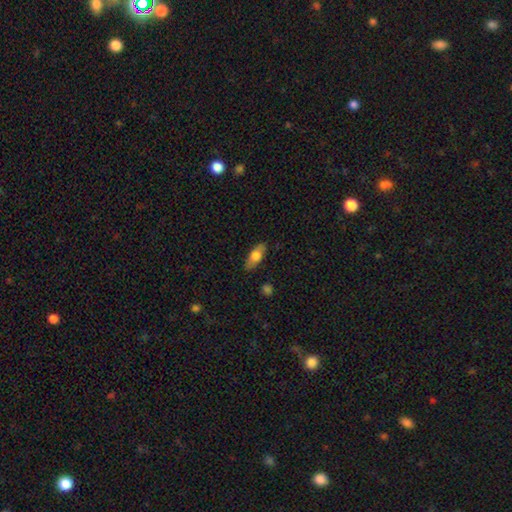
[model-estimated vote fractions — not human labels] This is likely a smooth galaxy (68%). How rounded: likely in between (76%). Merging: clearly none (84%).